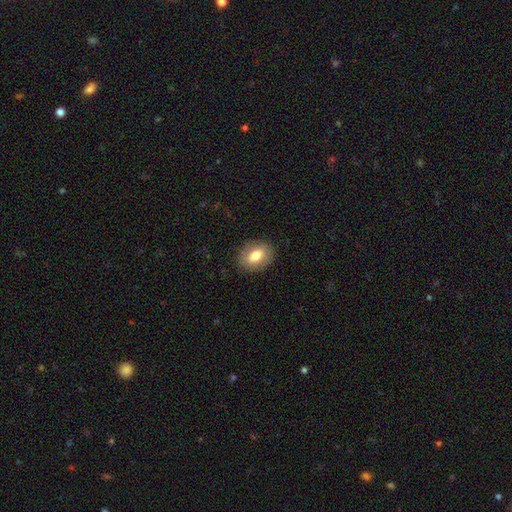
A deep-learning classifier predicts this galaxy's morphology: smooth-or-featured: smooth: 77% | featured or disk: 16% | star or artifact: 7%
  how-rounded: in between: 76% | round: 23% | cigar-shaped: 1%
  merging: none: 86% | minor disturbance: 10% | major disturbance: 3% | merger: 1%